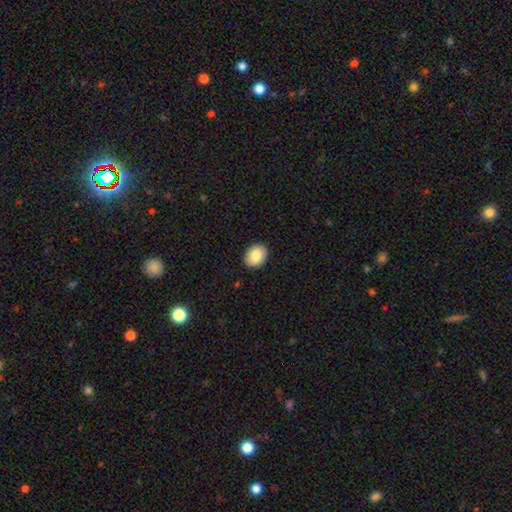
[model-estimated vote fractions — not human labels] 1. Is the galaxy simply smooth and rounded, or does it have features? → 84% smooth, 9% featured or disk, 7% star or artifact.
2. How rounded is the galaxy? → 61% in between, 38% round, 1% cigar-shaped.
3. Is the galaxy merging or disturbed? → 90% none, 7% minor disturbance, 2% major disturbance, 1% merger.